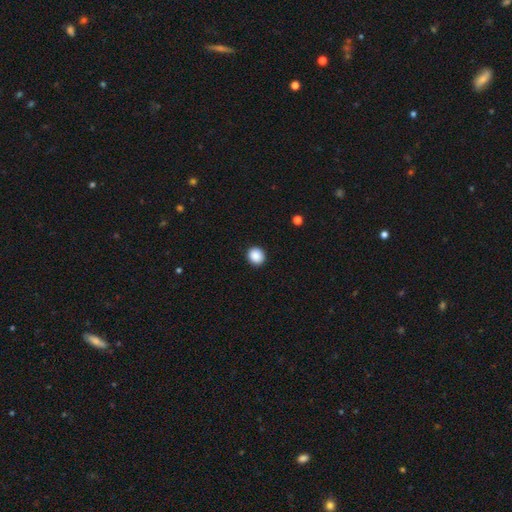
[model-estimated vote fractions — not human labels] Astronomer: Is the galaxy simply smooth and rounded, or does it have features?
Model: smooth — 89%.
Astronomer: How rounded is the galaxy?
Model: round — 87%.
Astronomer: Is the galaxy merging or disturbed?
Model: none — 92%.